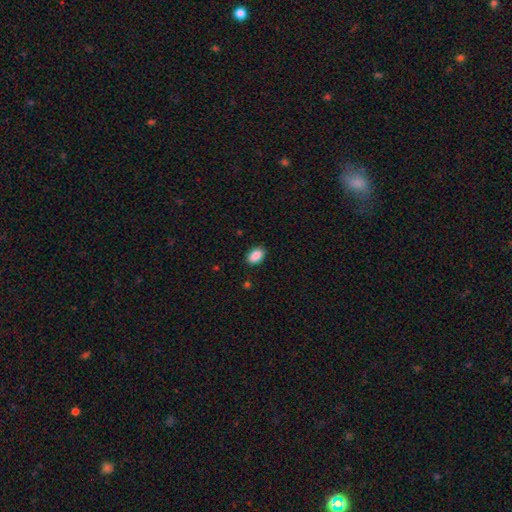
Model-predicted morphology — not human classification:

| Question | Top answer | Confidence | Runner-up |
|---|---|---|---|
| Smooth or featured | smooth | 90% | star or artifact (8%) |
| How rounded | in between | 88% | round (10%) |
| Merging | none | 88% | minor disturbance (9%) |